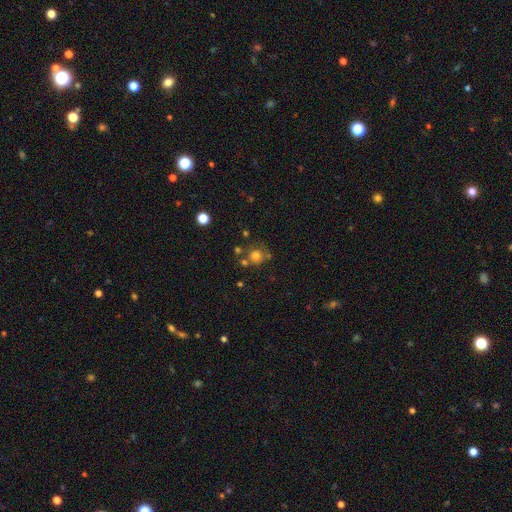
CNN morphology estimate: Smooth or featured: smooth — 72% (star or artifact — 16%)
How rounded: round — 88% (in between — 11%)
Merging: none — 60% (merger — 20%)